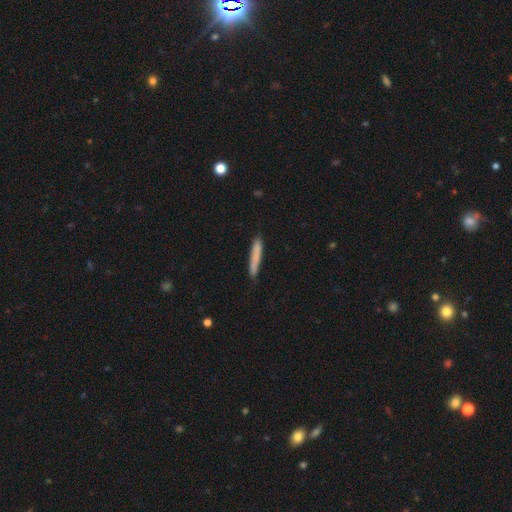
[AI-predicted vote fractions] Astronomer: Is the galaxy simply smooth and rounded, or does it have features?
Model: smooth — 78%.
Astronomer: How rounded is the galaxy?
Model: cigar-shaped — 95%.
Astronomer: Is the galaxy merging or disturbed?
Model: none — 85%.